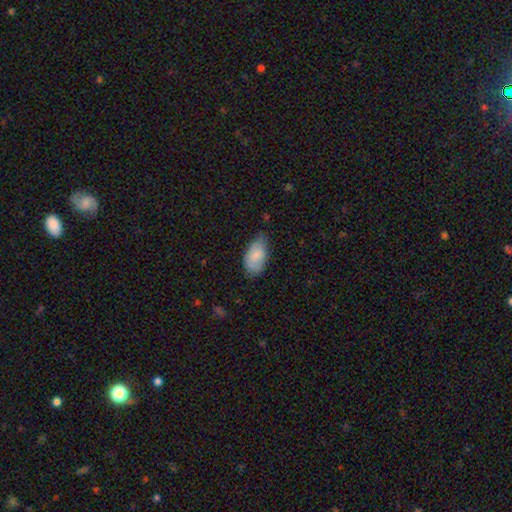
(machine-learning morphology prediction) Q: Smooth or featured?
A: smooth (81%); runner-up: featured or disk (13%)
Q: How rounded?
A: in between (94%); runner-up: round (3%)
Q: Merging?
A: none (54%); runner-up: minor disturbance (38%)